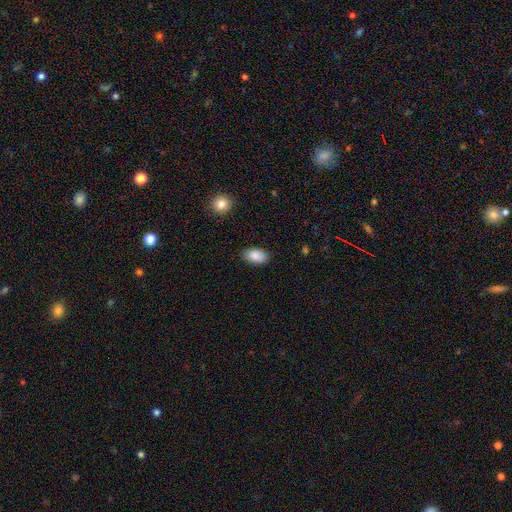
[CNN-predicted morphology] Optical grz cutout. It shows a smooth galaxy with no disk features (89%) that is in between round and cigar-shaped (93%). Merging: none (86%).